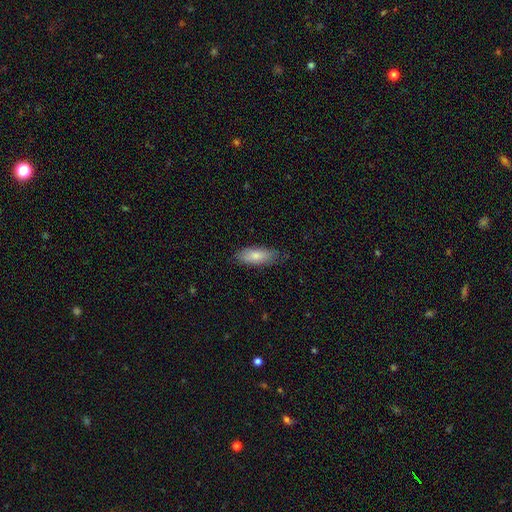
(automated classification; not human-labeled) A smooth galaxy with no disk features (78%) that is in between round and cigar-shaped (72%). Merging: none (79%).